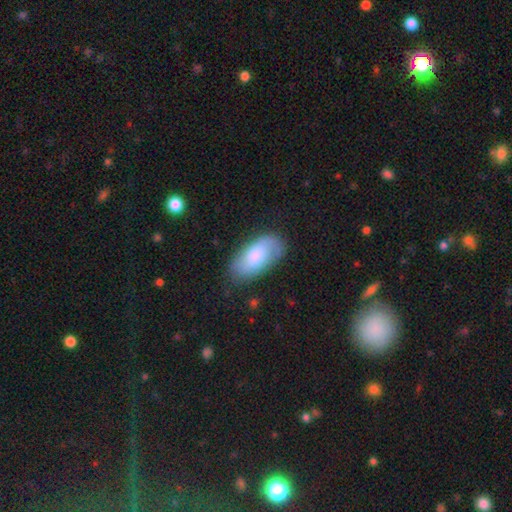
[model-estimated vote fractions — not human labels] This is likely a smooth galaxy (66%). How rounded: clearly in between (94%). Merging: likely none (75%).